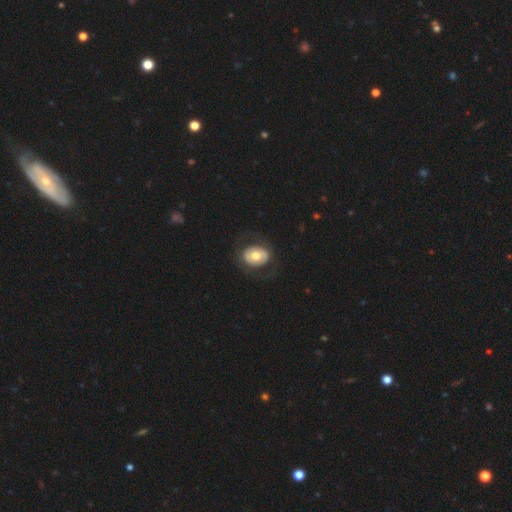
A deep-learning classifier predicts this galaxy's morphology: Smooth or featured? Predicted: smooth (p=0.57). How rounded? Predicted: in between (p=0.56). Merging? Predicted: none (p=0.79).